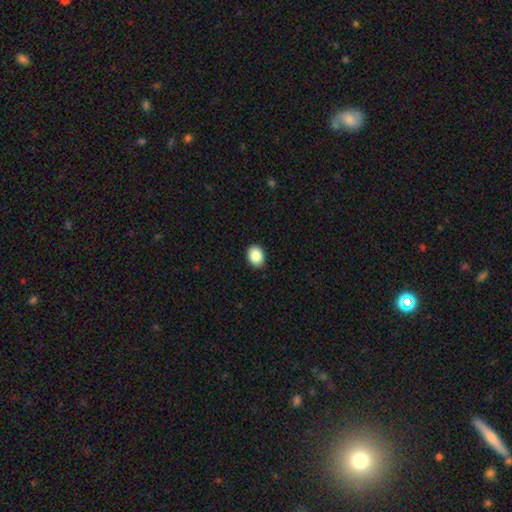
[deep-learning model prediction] The model was most divided on "how rounded": in between: 55%, round: 44%, cigar-shaped: 1%. More confident: merging — none (91%); smooth or featured — smooth (88%).